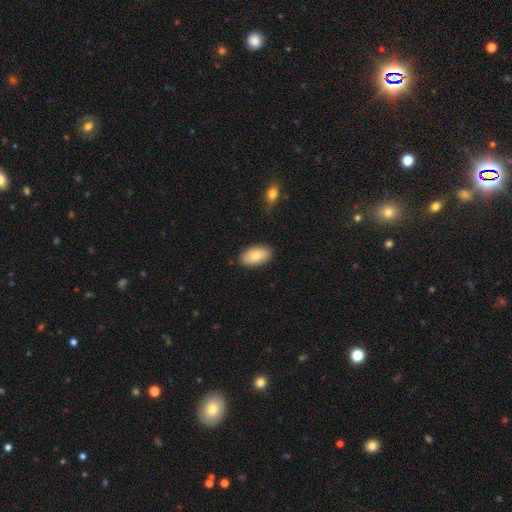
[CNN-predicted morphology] This is likely a smooth galaxy (78%). How rounded: clearly in between (95%). Merging: clearly none (86%).